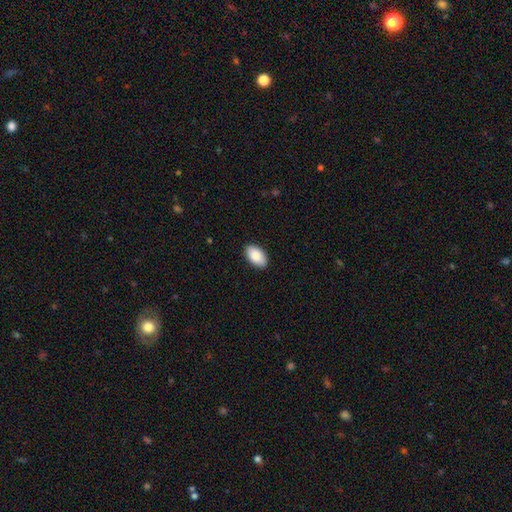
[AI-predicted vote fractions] This appears to be a smooth galaxy with no disk features (87%) that is in between round and cigar-shaped (95%). Merging: none (90%).